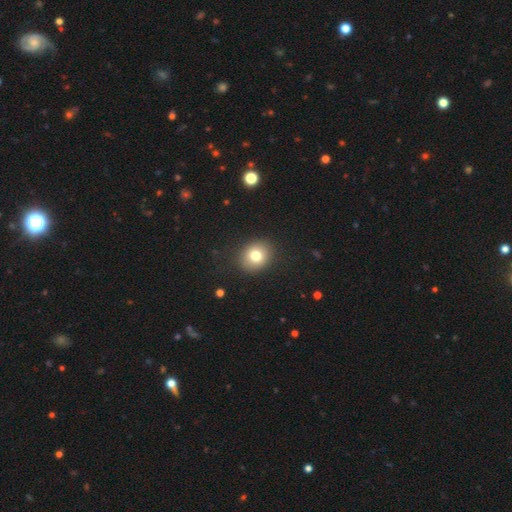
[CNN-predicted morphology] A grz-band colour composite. It shows a smooth galaxy with no disk features (77%) that is round (70%). Merging: none (88%).